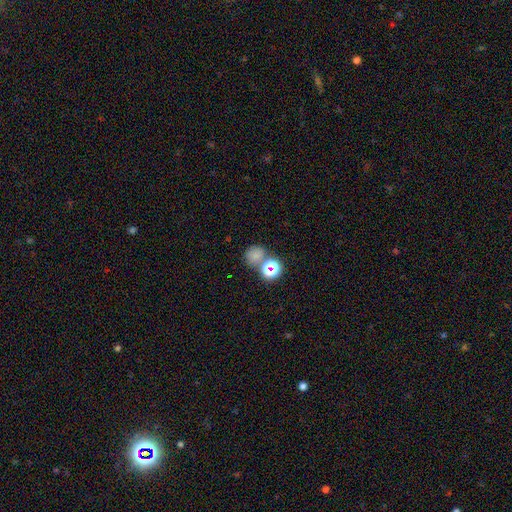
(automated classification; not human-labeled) smooth_or_featured: smooth (p=0.66) [alt: star or artifact p=0.26]
how_rounded: round (p=0.78) [alt: in between p=0.21]
merging: none (p=0.60) [alt: merger p=0.26]